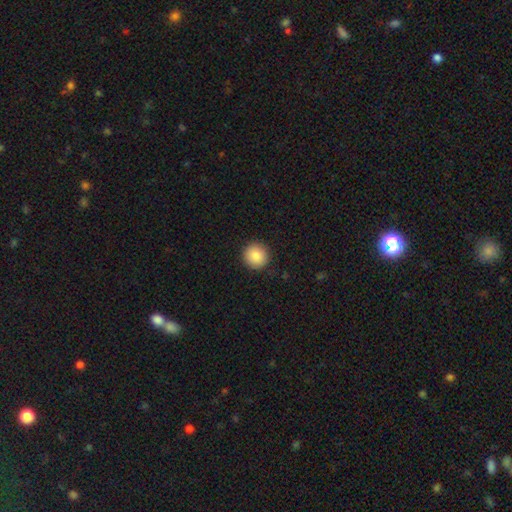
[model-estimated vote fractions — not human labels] Overall: smooth (87%). How rounded: round (95%). Merging: none (92%).